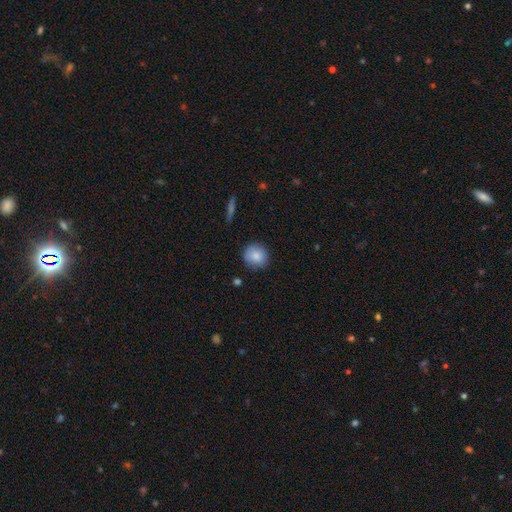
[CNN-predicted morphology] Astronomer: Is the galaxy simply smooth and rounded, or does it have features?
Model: smooth — 84%.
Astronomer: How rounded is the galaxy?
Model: round — 90%.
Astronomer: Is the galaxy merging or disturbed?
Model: none — 84%.